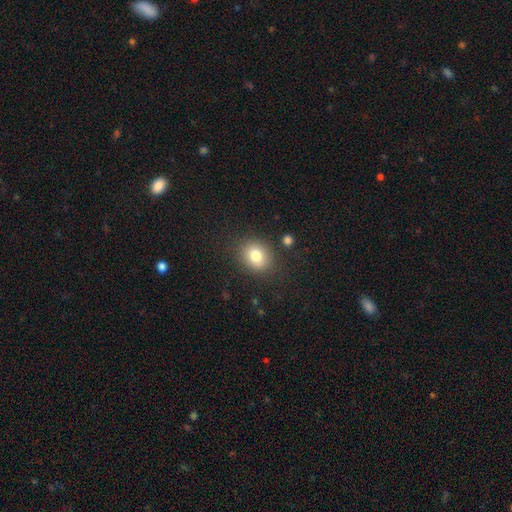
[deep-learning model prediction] A smooth galaxy with no disk features (80%) that is round (60%). Merging: none (84%).